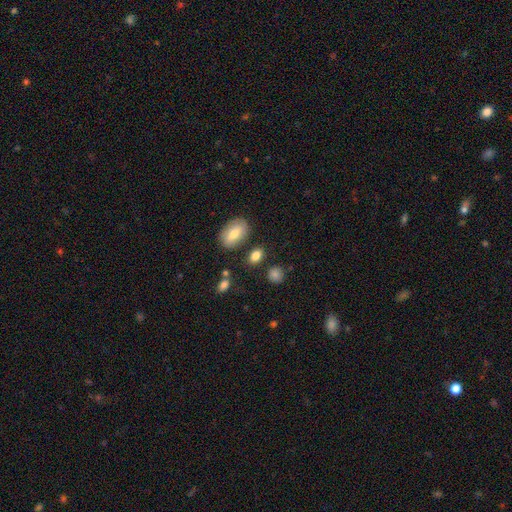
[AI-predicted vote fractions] Smooth or featured? Predicted: smooth (p=0.83). How rounded? Predicted: in between (p=0.72). Merging? Predicted: none (p=0.78).